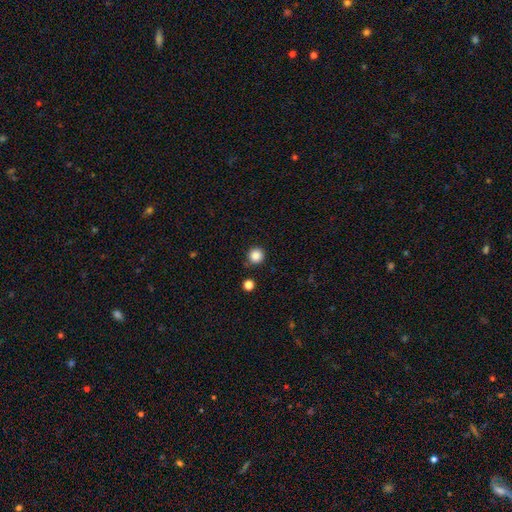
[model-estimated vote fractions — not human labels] A smooth galaxy with no disk features (86%) that is round (95%).

Vote fractions:
- Smooth or featured? smooth: 86% / star or artifact: 11% / featured or disk: 3%
- How rounded? round: 95% / in between: 4% / cigar-shaped: 1%
- Merging? none: 86% / minor disturbance: 8% / merger: 4% / major disturbance: 3%